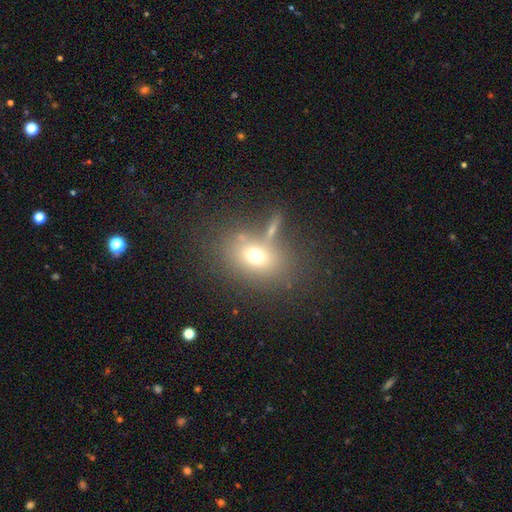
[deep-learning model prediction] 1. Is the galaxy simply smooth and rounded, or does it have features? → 67% smooth, 17% featured or disk, 17% star or artifact.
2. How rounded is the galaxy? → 53% in between, 45% round, 2% cigar-shaped.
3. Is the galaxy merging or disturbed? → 64% none, 13% minor disturbance, 13% merger, 9% major disturbance.